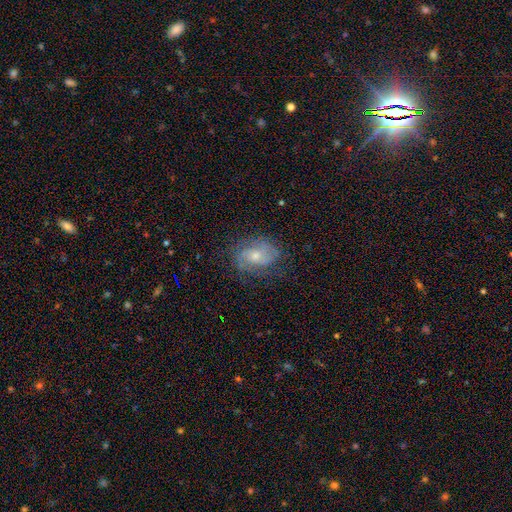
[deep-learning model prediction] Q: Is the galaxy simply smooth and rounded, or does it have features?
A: featured or disk — 68%.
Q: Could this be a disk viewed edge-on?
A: no — 97%.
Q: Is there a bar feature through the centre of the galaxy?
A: no — 65%.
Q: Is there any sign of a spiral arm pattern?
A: yes — 89%.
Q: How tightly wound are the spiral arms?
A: tight — 42%.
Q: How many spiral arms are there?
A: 2 — 49%.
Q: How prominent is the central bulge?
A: moderate — 51%.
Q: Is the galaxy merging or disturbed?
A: none — 72%.